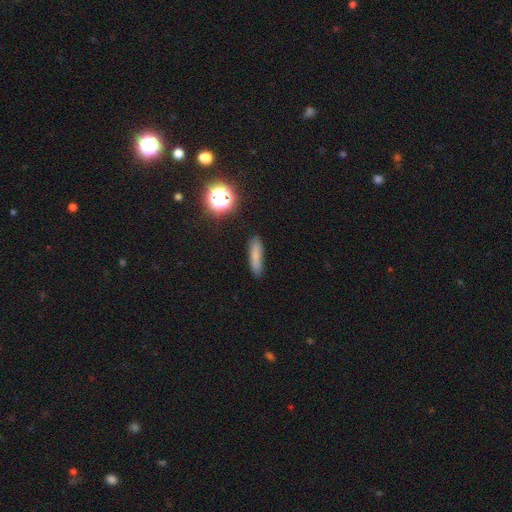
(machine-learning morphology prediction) Smooth or featured?
  - smooth: 77% *
  - star or artifact: 12%
  - featured or disk: 11%
How rounded?
  - cigar-shaped: 77% *
  - in between: 20%
  - round: 3%
Merging?
  - none: 86% *
  - minor disturbance: 10%
  - major disturbance: 2%
  - merger: 1%